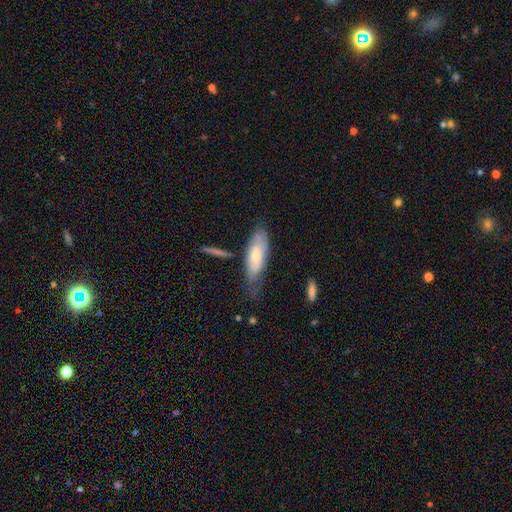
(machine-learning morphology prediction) Overall: smooth (51%; featured or disk 42%). How rounded: in between (60%; cigar-shaped 39%). Merging: none (55%; minor disturbance 30%).